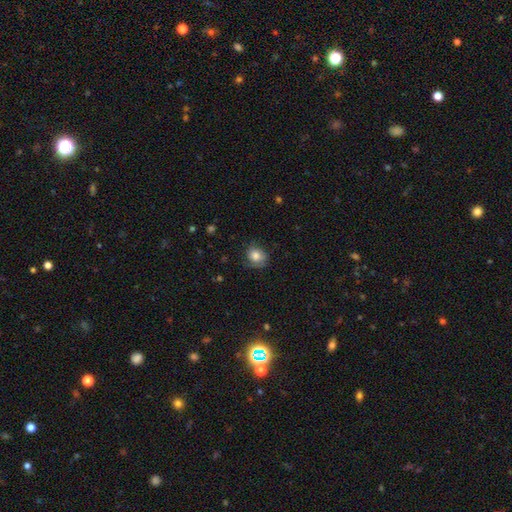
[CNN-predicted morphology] smooth_or_featured: smooth (p=0.75) [alt: featured or disk p=0.16]
how_rounded: round (p=0.67) [alt: in between p=0.32]
merging: none (p=0.61) [alt: minor disturbance p=0.27]